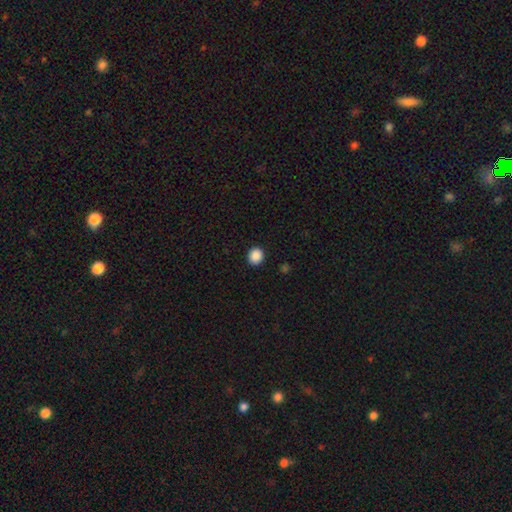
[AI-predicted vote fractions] The model was most divided on "how rounded": round: 79%, in between: 20%, cigar-shaped: 1%. More confident: merging — none (92%); smooth or featured — smooth (89%).